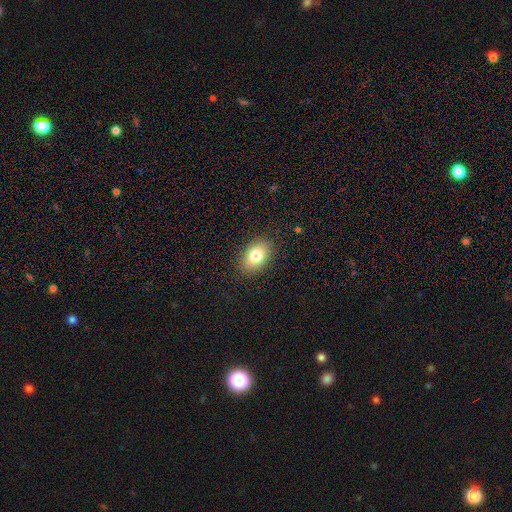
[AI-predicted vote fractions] The model was most divided on "smooth or featured": smooth: 80%, featured or disk: 11%, star or artifact: 9%. More confident: merging — none (87%); how rounded — in between (84%).